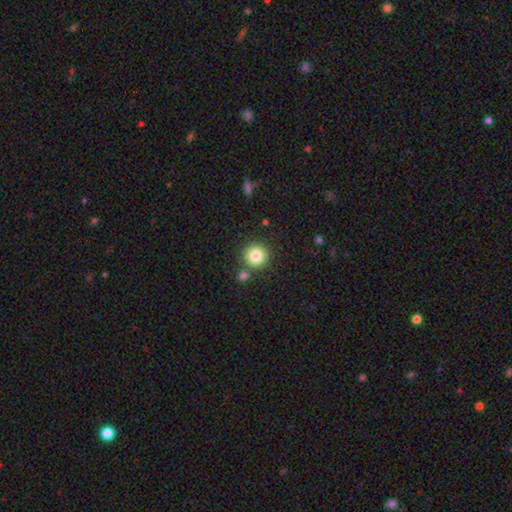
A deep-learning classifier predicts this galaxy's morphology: This is clearly a smooth galaxy (83%). How rounded: clearly round (94%). Merging: clearly none (80%).